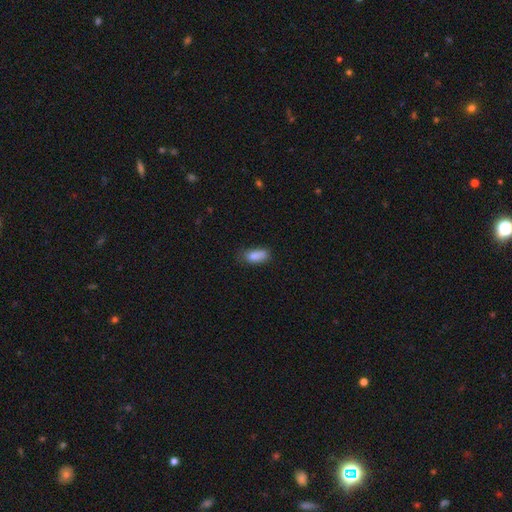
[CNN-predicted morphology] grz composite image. It shows a smooth galaxy with no disk features (84%) that is in between round and cigar-shaped (82%). Merging: none (58%).